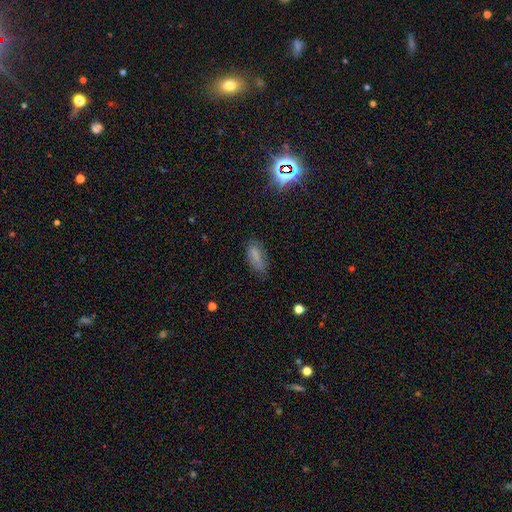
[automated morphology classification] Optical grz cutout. It shows a smooth galaxy with no disk features (74%) that is in between round and cigar-shaped (70%). Merging: none (64%).